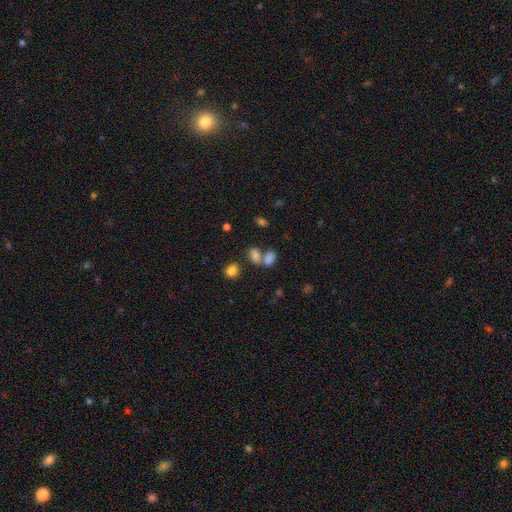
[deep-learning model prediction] smooth_or_featured: smooth (p=0.76) [alt: star or artifact p=0.15]
how_rounded: in between (p=0.75) [alt: round p=0.22]
merging: none (p=0.43) [alt: merger p=0.41]